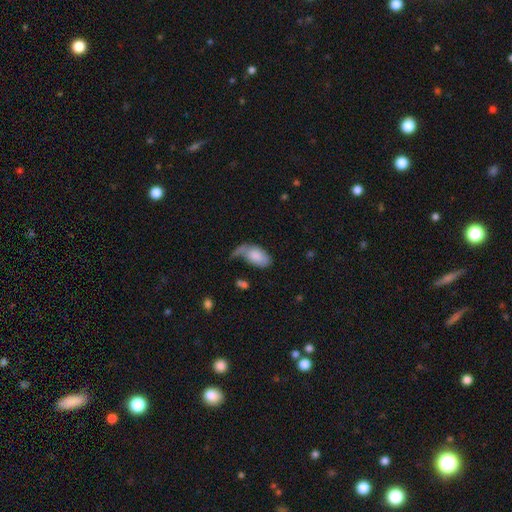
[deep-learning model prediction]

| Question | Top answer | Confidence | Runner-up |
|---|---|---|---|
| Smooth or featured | smooth | 76% | featured or disk (17%) |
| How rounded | in between | 93% | round (5%) |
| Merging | none | 31% | major disturbance (30%) |